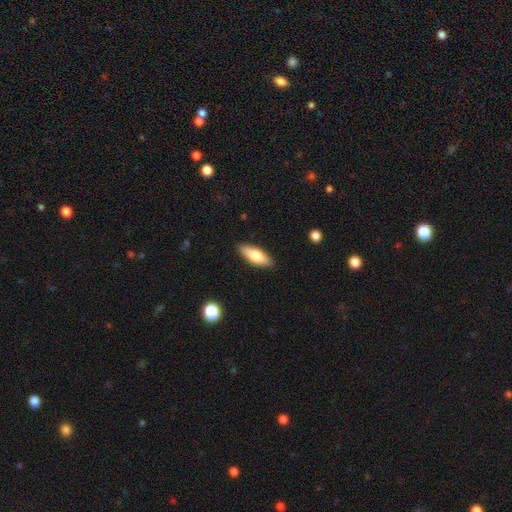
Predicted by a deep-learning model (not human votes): The model was most divided on "how rounded": in between: 66%, cigar-shaped: 32%, round: 2%. More confident: merging — none (89%); smooth or featured — smooth (71%).